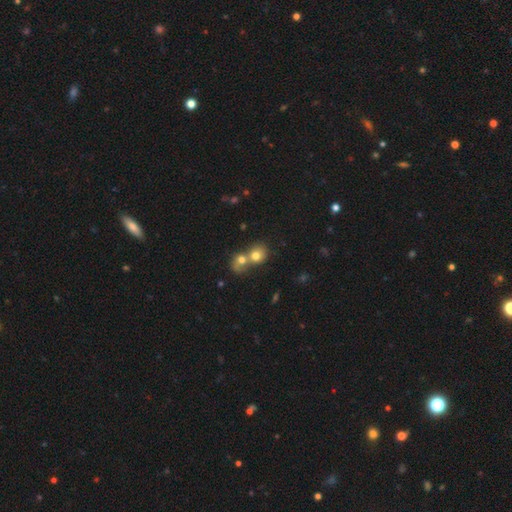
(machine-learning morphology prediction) The model was most divided on "how rounded": round: 70%, in between: 28%, cigar-shaped: 1%. More confident: smooth or featured — smooth (73%); merging — merger (70%).